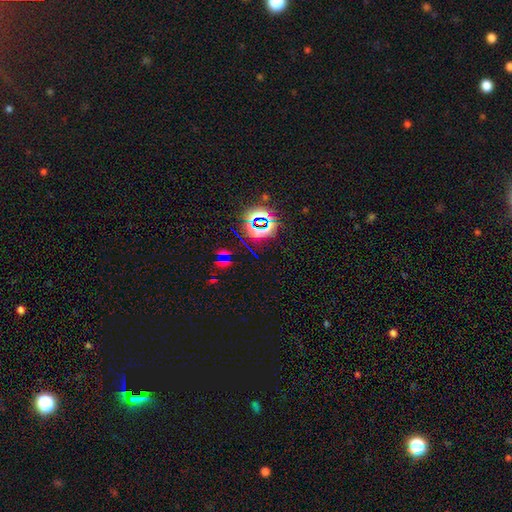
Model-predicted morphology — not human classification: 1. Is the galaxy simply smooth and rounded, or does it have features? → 76% star or artifact, 16% smooth, 8% featured or disk.